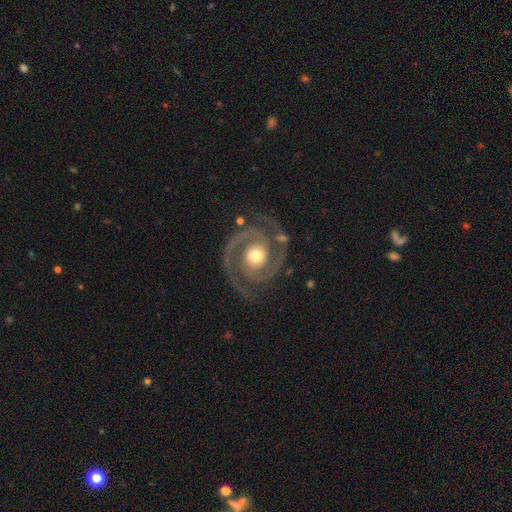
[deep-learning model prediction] smooth-or-featured: featured or disk: 93% | star or artifact: 4% | smooth: 3%
  disk-edge-on: no: 98% | yes: 2%
    bar: no: 72% | weak: 19% | strong: 9%
    has-spiral-arms: yes: 98% | no: 2%
      spiral-winding: tight: 58% | medium: 37% | loose: 5%
      spiral-arm-count: 2: 93% | 3: 2% | can't tell: 2% | 1: 1% | 4: 1% | more than 4: 1%
    bulge-size: moderate: 72% | small: 17% | large: 9% | dominant: 1% | none: 1%
  merging: none: 81% | minor disturbance: 12% | major disturbance: 5% | merger: 2%